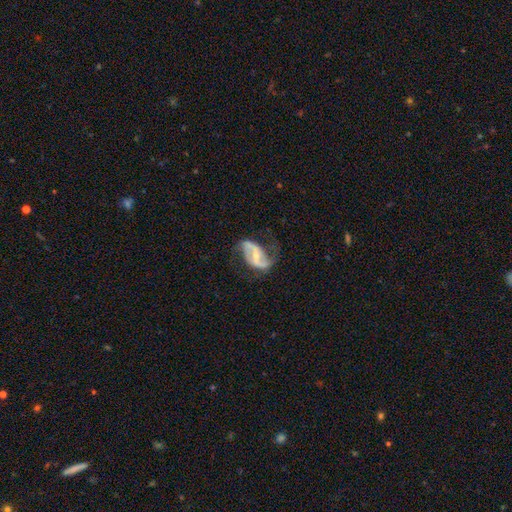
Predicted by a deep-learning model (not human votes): The model was most divided on "bar": weak: 41%, strong: 37%, no: 22%. More confident: edge-on disk — no (97%); spiral arms — yes (93%); spiral arm count — 2 (90%); smooth or featured — featured or disk (86%); spiral winding — loose (57%); merging — none (56%); bulge size — small (55%).